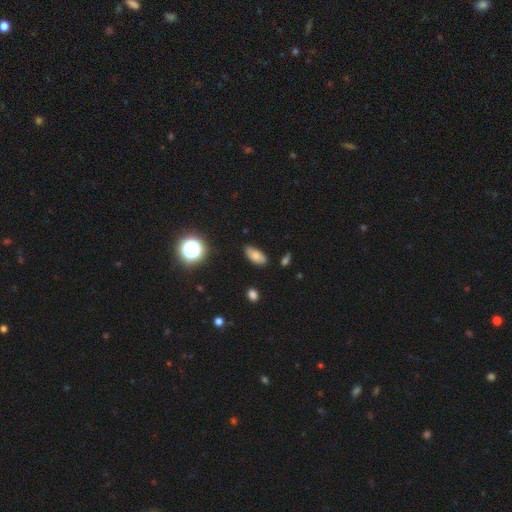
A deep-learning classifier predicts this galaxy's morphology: type=smooth (76%); roundness=in between (89%); merging=none (77%).